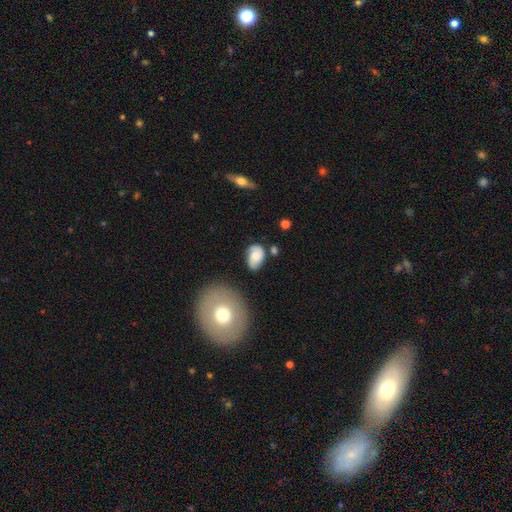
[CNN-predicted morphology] Q: Smooth or featured?
A: smooth (61%); runner-up: featured or disk (31%)
Q: How rounded?
A: in between (84%); runner-up: round (15%)
Q: Merging?
A: none (61%); runner-up: minor disturbance (25%)